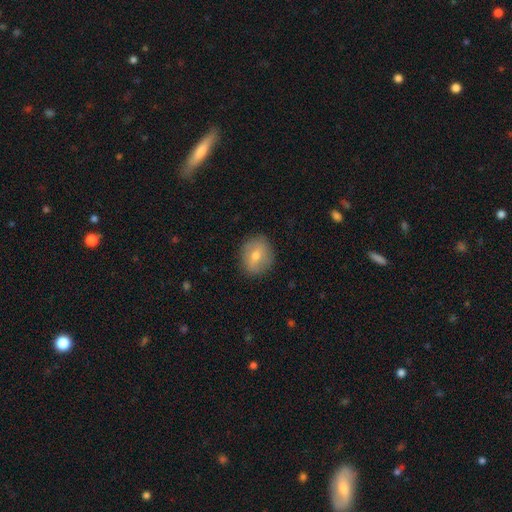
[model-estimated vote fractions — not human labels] Smooth or featured? smooth (61%)
How rounded? round (64%)
Merging? none (86%)